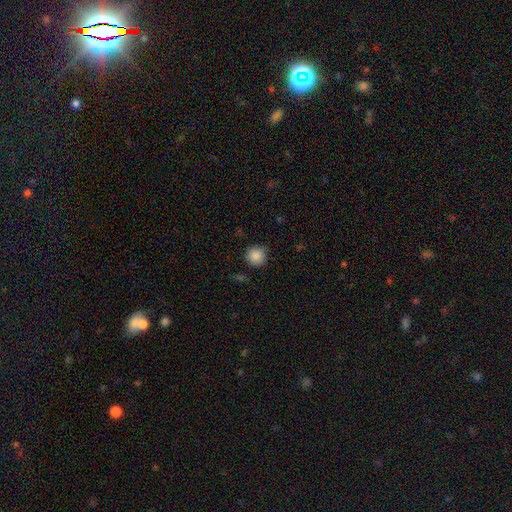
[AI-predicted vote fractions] Overall: smooth (88%). How rounded: round (93%). Merging: none (84%).